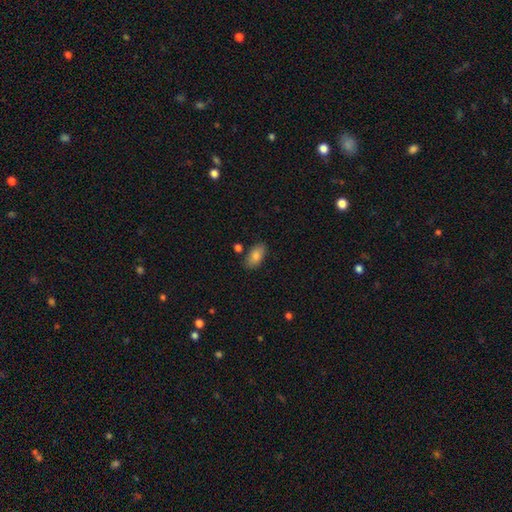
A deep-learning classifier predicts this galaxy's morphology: Smooth or featured: smooth — 83% (featured or disk — 9%)
How rounded: in between — 92% (cigar-shaped — 4%)
Merging: none — 79% (minor disturbance — 14%)